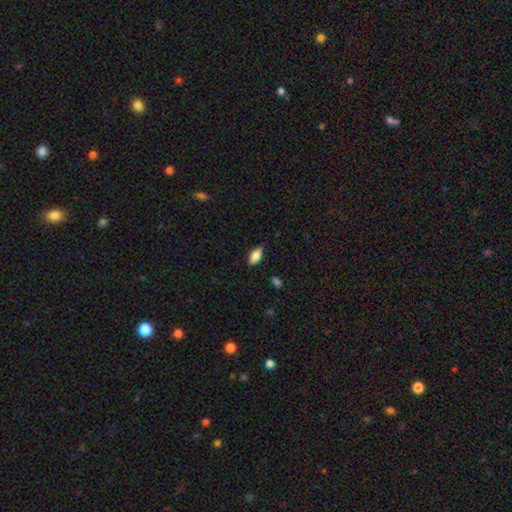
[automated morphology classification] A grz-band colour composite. It shows a smooth galaxy with no disk features (79%) that is in between round and cigar-shaped (86%). Merging: none (80%).